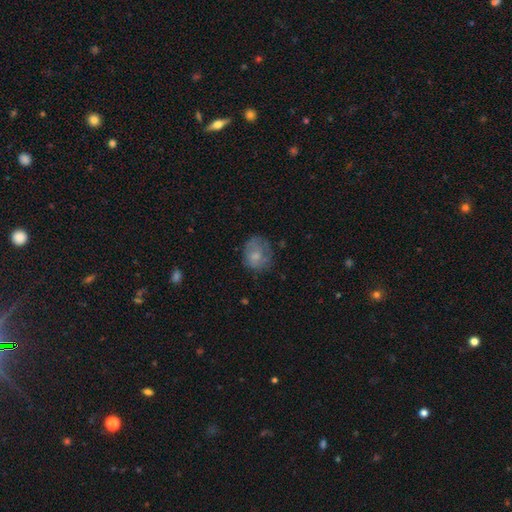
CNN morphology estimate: This is likely a smooth galaxy (66%). How rounded: likely round (61%). Merging: possibly none (57%).